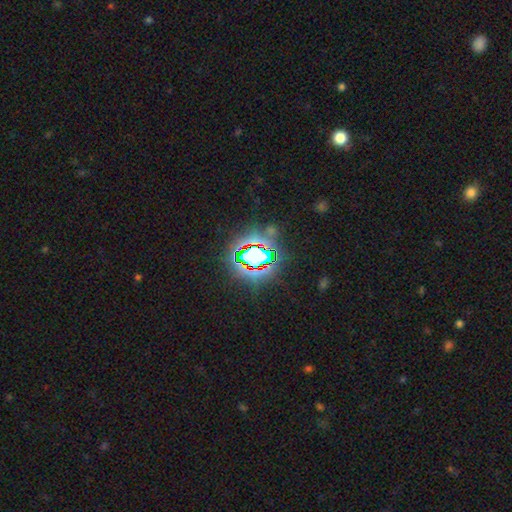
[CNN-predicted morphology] The model was most divided on "smooth or featured": star or artifact: 81%, smooth: 12%, featured or disk: 8%.